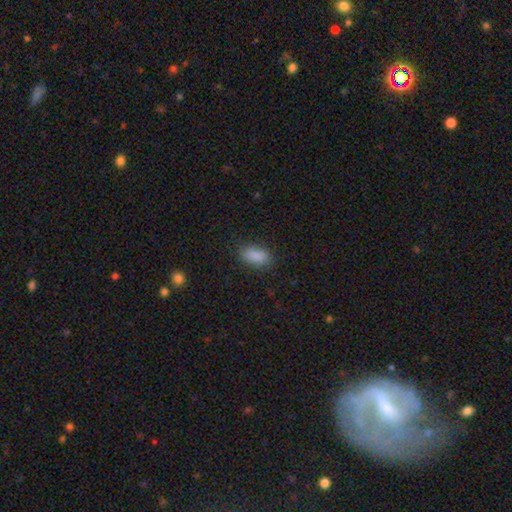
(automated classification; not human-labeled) A smooth galaxy with no disk features (88%) that is in between round and cigar-shaped (91%).

Vote fractions:
- Smooth or featured? smooth: 88% / star or artifact: 8% / featured or disk: 4%
- How rounded? in between: 91% / round: 5% / cigar-shaped: 4%
- Merging? none: 83% / minor disturbance: 12% / major disturbance: 3% / merger: 1%